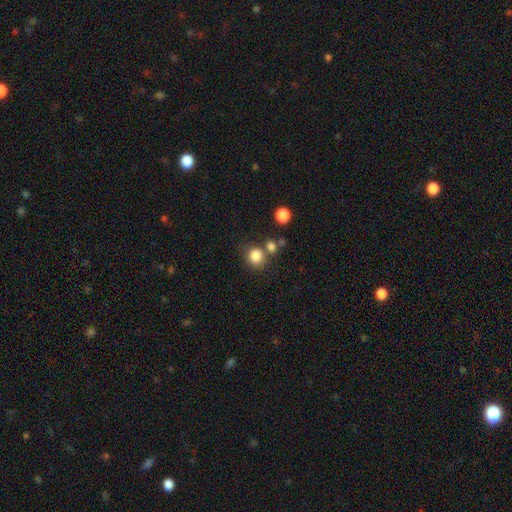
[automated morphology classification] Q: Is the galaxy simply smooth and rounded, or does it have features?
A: smooth — 83%.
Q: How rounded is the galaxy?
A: round — 82%.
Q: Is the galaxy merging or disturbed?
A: none — 67%.